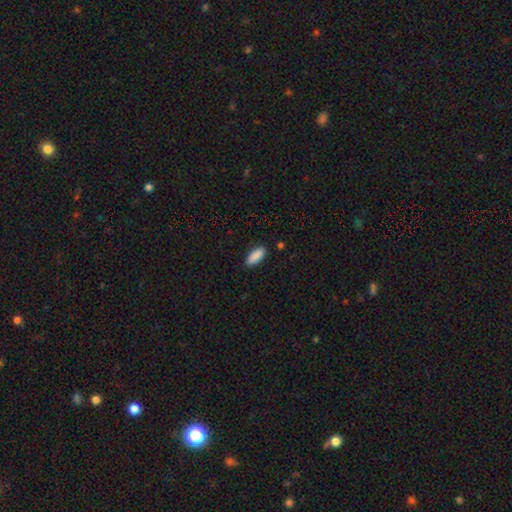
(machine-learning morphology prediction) smooth_or_featured: smooth (p=0.90) [alt: star or artifact p=0.06]
how_rounded: in between (p=0.73) [alt: cigar-shaped p=0.25]
merging: none (p=0.88) [alt: minor disturbance p=0.09]